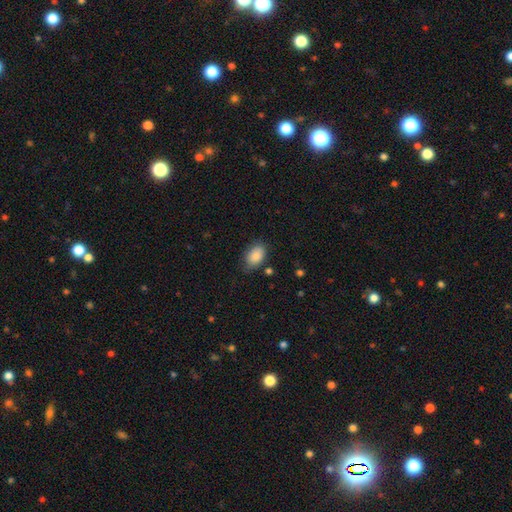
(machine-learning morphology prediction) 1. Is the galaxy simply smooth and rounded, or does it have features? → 87% smooth, 7% star or artifact, 6% featured or disk.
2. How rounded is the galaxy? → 89% in between, 9% round, 1% cigar-shaped.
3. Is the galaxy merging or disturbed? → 73% none, 21% minor disturbance, 4% major disturbance, 2% merger.